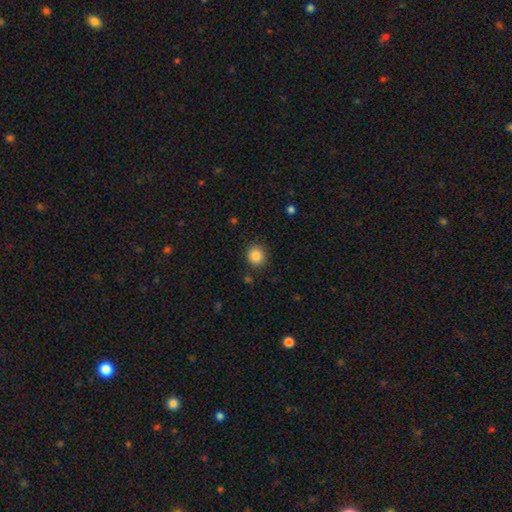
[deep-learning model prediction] smooth-or-featured: smooth: 86% | star or artifact: 10% | featured or disk: 5%
  how-rounded: round: 86% | in between: 13% | cigar-shaped: 1%
  merging: none: 89% | minor disturbance: 8% | major disturbance: 2% | merger: 2%